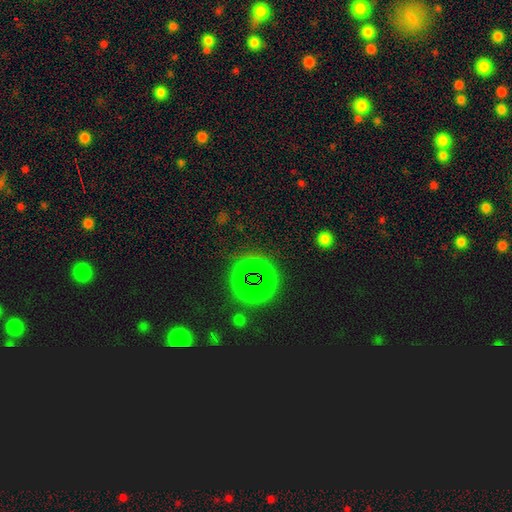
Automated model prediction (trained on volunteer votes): Overall: star or artifact (67%).